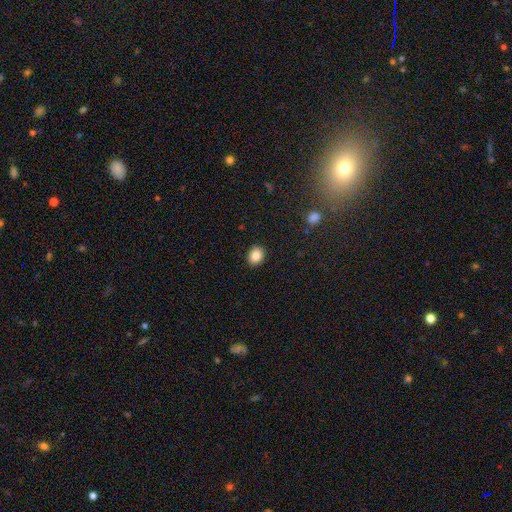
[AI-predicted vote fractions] Smooth or featured: smooth — 85% (star or artifact — 10%)
How rounded: round — 61% (in between — 38%)
Merging: none — 90% (minor disturbance — 7%)